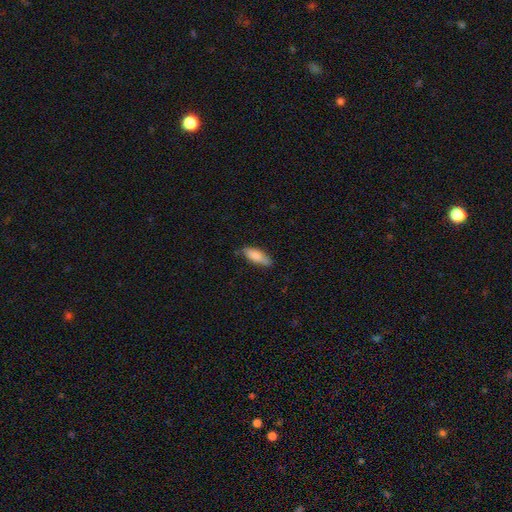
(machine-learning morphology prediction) This appears to be a smooth galaxy with no disk features (83%) that is in between round and cigar-shaped (65%). Merging: none (73%).